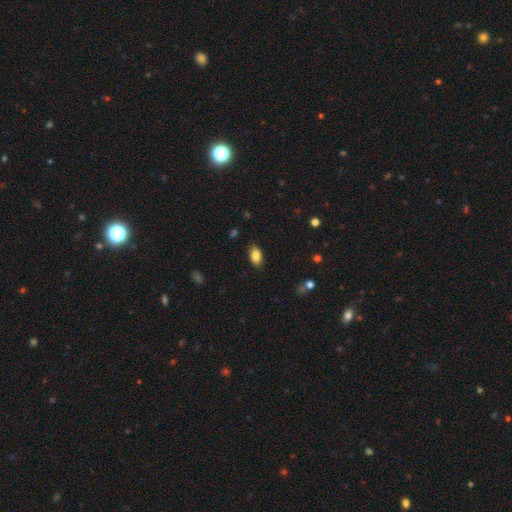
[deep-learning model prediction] Q: Smooth or featured?
A: smooth (85%); runner-up: star or artifact (8%)
Q: How rounded?
A: in between (91%); runner-up: round (5%)
Q: Merging?
A: none (86%); runner-up: minor disturbance (10%)